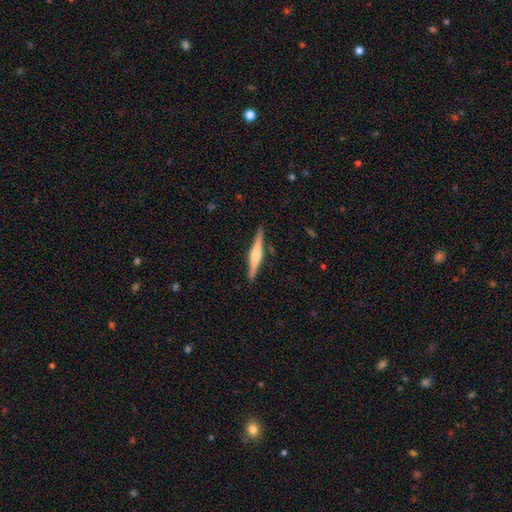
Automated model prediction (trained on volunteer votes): A featured or disk galaxy (69%) viewed edge-on (98%) with a rounded central bulge (71%).

Vote fractions:
- Smooth or featured? featured or disk: 69% / smooth: 26% / star or artifact: 6%
- Edge-on disk? yes: 98% / no: 2%
- Edge-on bulge? rounded: 71% / boxy: 22% / none: 7%
- Merging? none: 90% / minor disturbance: 7% / major disturbance: 2% / merger: 1%